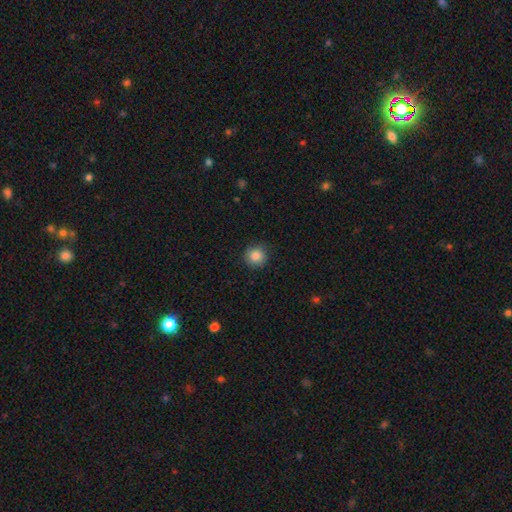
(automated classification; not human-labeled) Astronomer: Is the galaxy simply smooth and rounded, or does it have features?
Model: smooth — 87%.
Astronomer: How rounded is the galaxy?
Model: round — 93%.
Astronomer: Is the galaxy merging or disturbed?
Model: none — 90%.